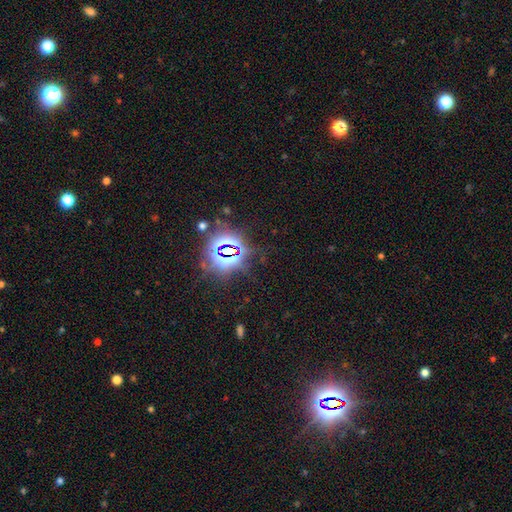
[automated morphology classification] Smooth or featured?
  - star or artifact: 84% *
  - smooth: 9%
  - featured or disk: 7%